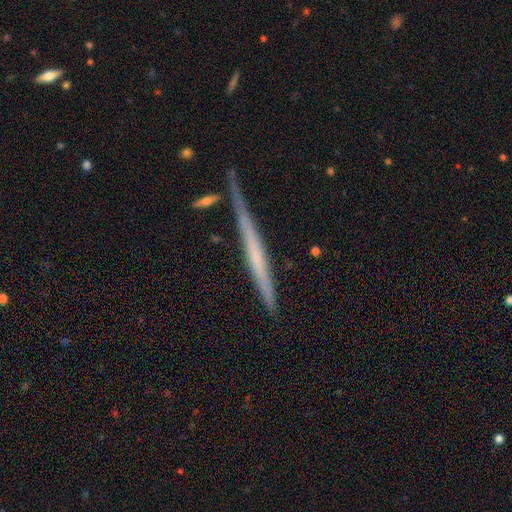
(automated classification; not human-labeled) Smooth or featured? featured or disk (58%)
Edge-on disk? yes (97%)
Edge-on bulge? none (84%)
Merging? none (78%)